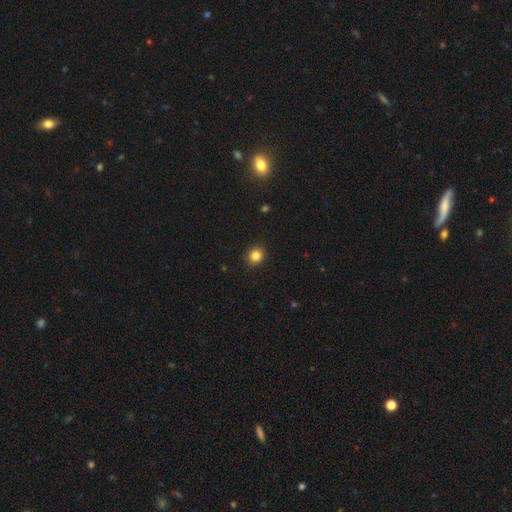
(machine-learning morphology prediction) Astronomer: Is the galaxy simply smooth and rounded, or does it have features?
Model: smooth — 84%.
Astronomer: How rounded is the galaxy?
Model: round — 84%.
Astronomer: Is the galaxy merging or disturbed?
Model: none — 91%.